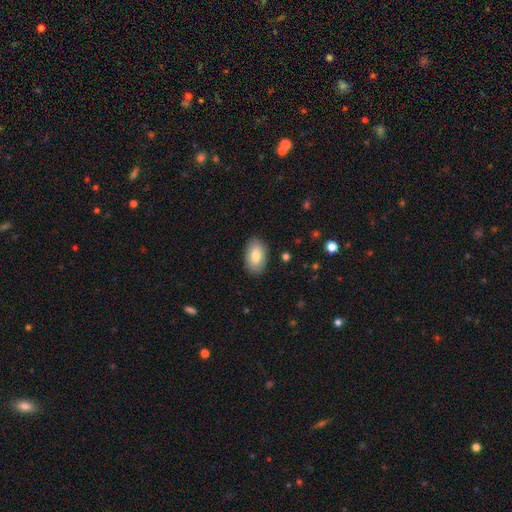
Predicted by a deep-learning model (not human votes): smooth-or-featured: smooth: 78% | featured or disk: 15% | star or artifact: 7%
  how-rounded: in between: 93% | round: 6% | cigar-shaped: 2%
  merging: none: 87% | minor disturbance: 10% | major disturbance: 2% | merger: 1%